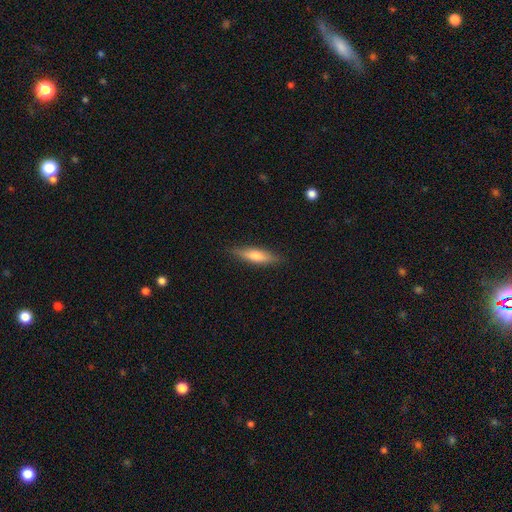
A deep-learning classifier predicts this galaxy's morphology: smooth-or-featured: smooth: 58% | featured or disk: 36% | star or artifact: 6%
  how-rounded: cigar-shaped: 73% | in between: 25% | round: 2%
  merging: none: 86% | minor disturbance: 10% | major disturbance: 2% | merger: 1%